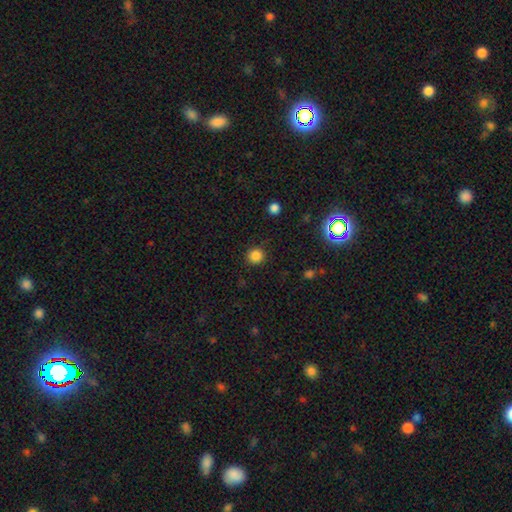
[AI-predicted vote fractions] The model was most divided on "smooth or featured": smooth: 83%, star or artifact: 13%, featured or disk: 4%. More confident: how rounded — round (93%); merging — none (89%).